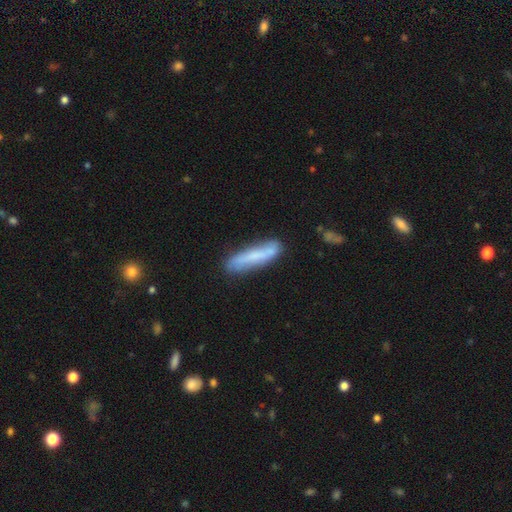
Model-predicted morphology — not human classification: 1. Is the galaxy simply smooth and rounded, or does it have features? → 58% smooth, 35% featured or disk, 7% star or artifact.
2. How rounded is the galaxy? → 84% cigar-shaped, 14% in between, 2% round.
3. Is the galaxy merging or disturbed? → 76% none, 17% minor disturbance, 4% major disturbance, 3% merger.